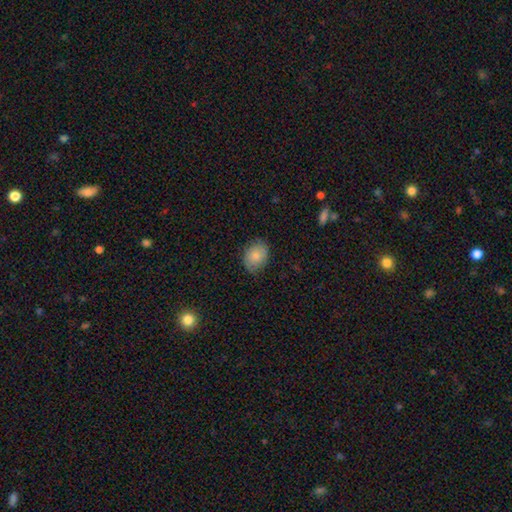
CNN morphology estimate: smooth 80%, featured or disk 13%, star or artifact 7%. Down the decision tree: how rounded — in between (60%); merging — none (77%).